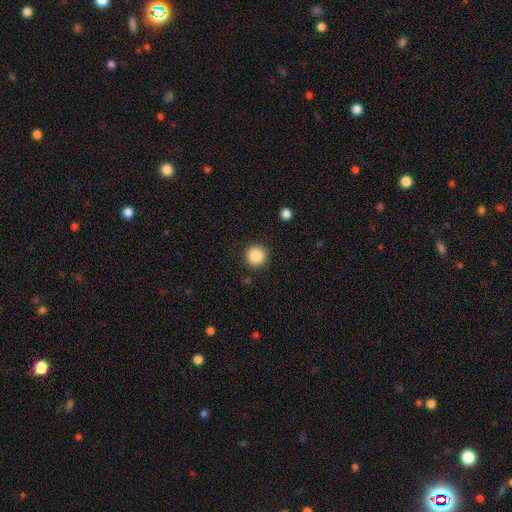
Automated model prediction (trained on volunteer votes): A smooth galaxy with no disk features (87%) that is round (95%).

Vote fractions:
- Smooth or featured? smooth: 87% / star or artifact: 9% / featured or disk: 4%
- How rounded? round: 95% / in between: 4% / cigar-shaped: 1%
- Merging? none: 91% / minor disturbance: 6% / major disturbance: 2% / merger: 1%